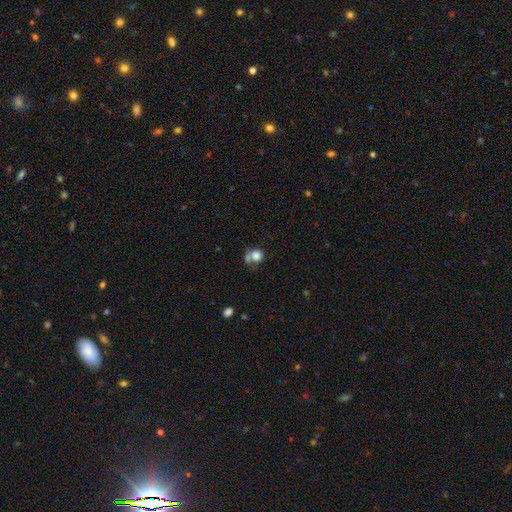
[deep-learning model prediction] Overall: smooth (78%). How rounded: round (77%). Merging: none (41%; merger 31%).